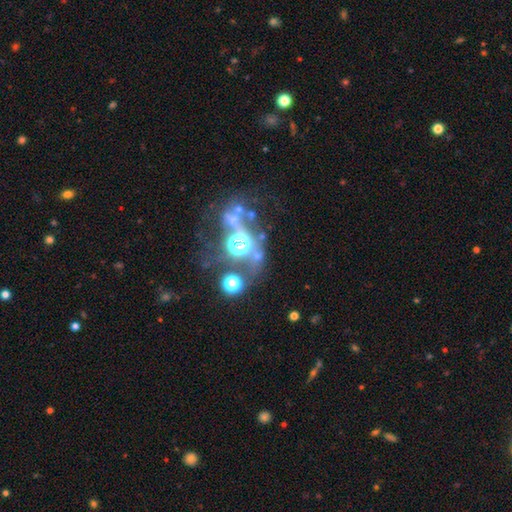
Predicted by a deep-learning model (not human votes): Smooth or featured: star or artifact — 43% (smooth — 29%)